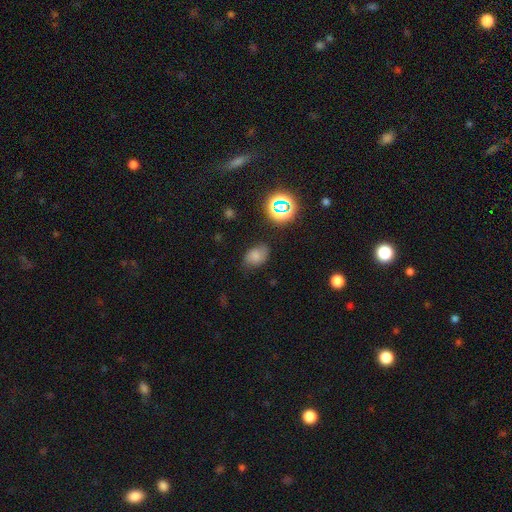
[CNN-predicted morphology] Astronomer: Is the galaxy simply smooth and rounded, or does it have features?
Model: smooth — 71%.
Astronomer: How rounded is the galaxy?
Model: in between — 79%.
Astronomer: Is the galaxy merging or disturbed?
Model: none — 71%.